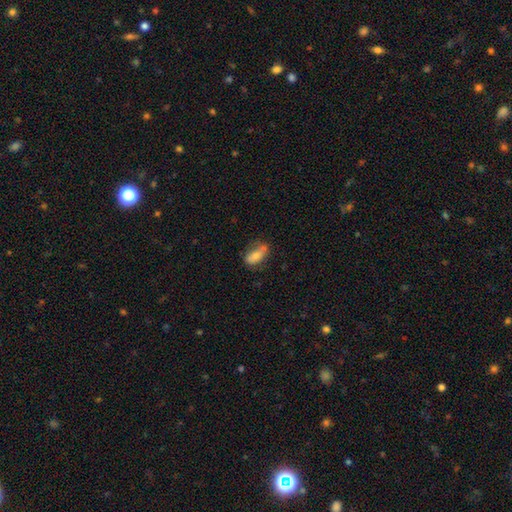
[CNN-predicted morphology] Q: Smooth or featured?
A: smooth (72%); runner-up: featured or disk (20%)
Q: How rounded?
A: in between (80%); runner-up: cigar-shaped (15%)
Q: Merging?
A: none (50%); runner-up: minor disturbance (27%)